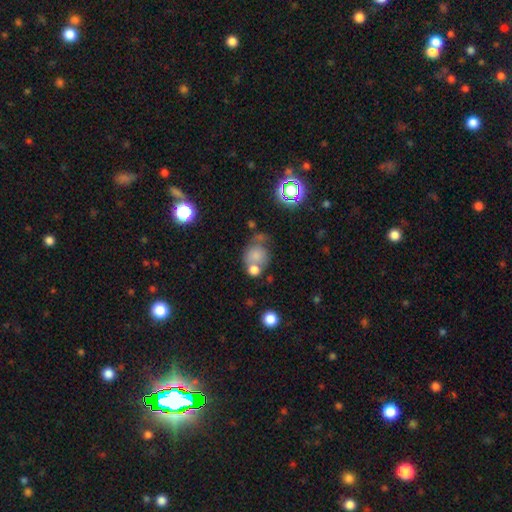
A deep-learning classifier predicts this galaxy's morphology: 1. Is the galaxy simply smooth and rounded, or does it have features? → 69% smooth, 18% featured or disk, 13% star or artifact.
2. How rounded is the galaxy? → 68% round, 31% in between, 1% cigar-shaped.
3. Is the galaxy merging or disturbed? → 38% merger, 32% none, 16% minor disturbance, 13% major disturbance.